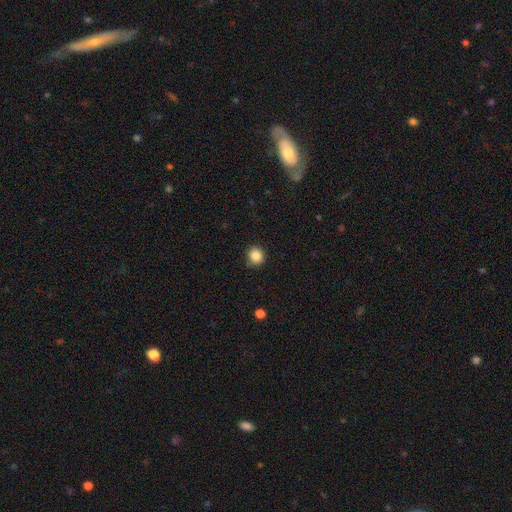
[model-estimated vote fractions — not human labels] Q: Smooth or featured?
A: smooth (86%); runner-up: star or artifact (10%)
Q: How rounded?
A: round (89%); runner-up: in between (10%)
Q: Merging?
A: none (86%); runner-up: minor disturbance (10%)